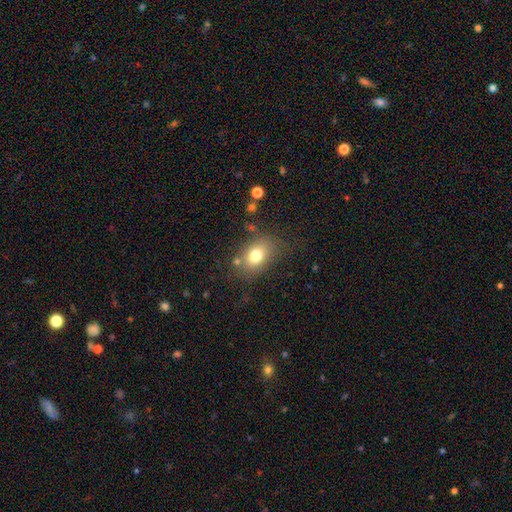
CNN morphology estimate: Smooth or featured? Predicted: smooth (p=0.76). How rounded? Predicted: in between (p=0.71). Merging? Predicted: none (p=0.72).